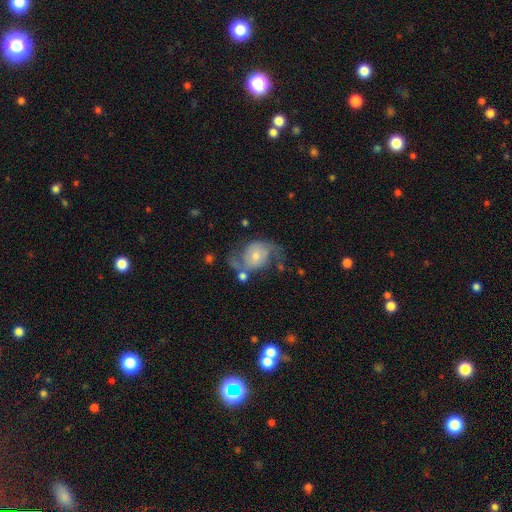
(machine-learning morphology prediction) The model was most divided on "spiral winding": loose: 45%, medium: 42%, tight: 13%. Remaining: edge-on disk — no (97%); spiral arms — yes (92%); spiral arm count — 2 (89%); smooth or featured — featured or disk (76%); bar — no (62%); merging — none (54%); bulge size — small (49%).